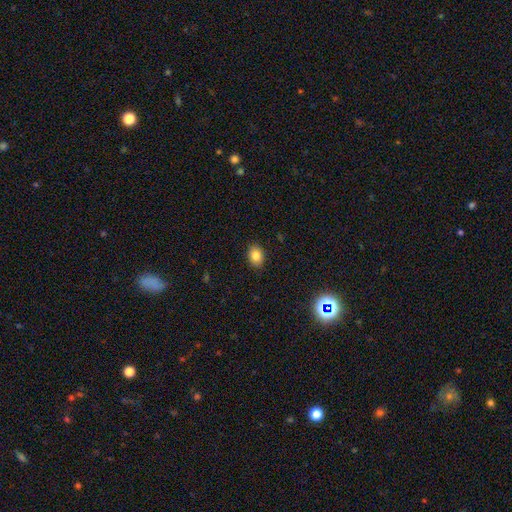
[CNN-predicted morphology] smooth-or-featured: smooth: 83% | star or artifact: 11% | featured or disk: 6%
  how-rounded: in between: 61% | round: 38% | cigar-shaped: 1%
  merging: none: 89% | minor disturbance: 8% | major disturbance: 2% | merger: 1%